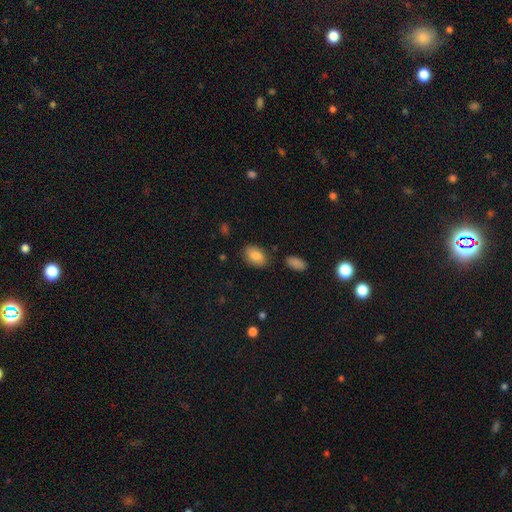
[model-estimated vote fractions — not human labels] This is clearly a smooth galaxy (86%). How rounded: clearly in between (89%). Merging: likely none (80%).